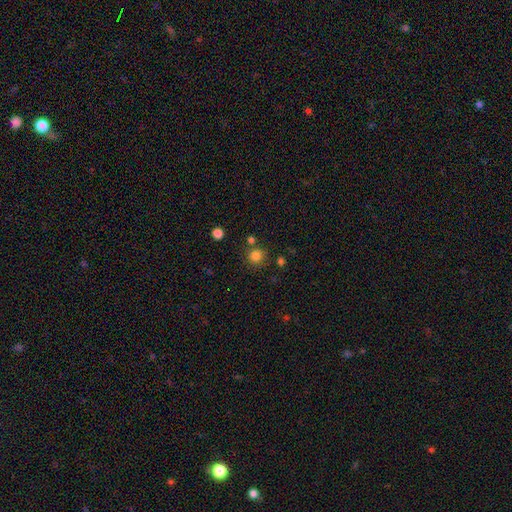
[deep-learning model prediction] Smooth or featured? Predicted: smooth (p=0.82). How rounded? Predicted: round (p=0.93). Merging? Predicted: none (p=0.80).